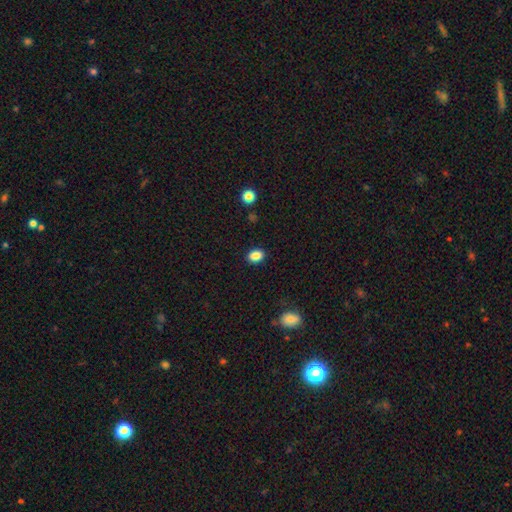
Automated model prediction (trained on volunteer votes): The model was most divided on "how rounded": in between: 69%, round: 30%, cigar-shaped: 1%. More confident: merging — none (88%); smooth or featured — smooth (87%).